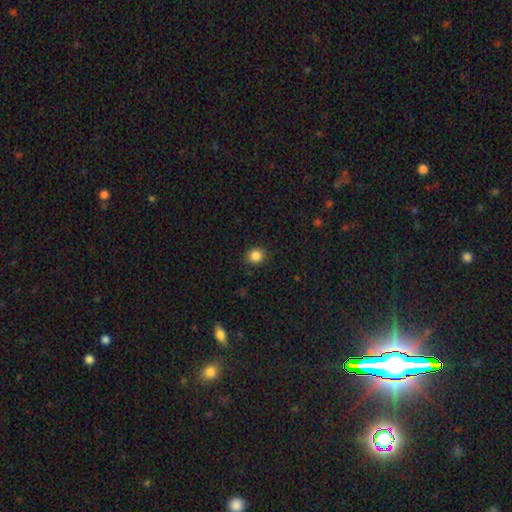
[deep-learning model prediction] Smooth or featured?
  - smooth: 86% *
  - star or artifact: 11%
  - featured or disk: 3%
How rounded?
  - round: 81% *
  - in between: 18%
  - cigar-shaped: 1%
Merging?
  - none: 89% *
  - minor disturbance: 8%
  - major disturbance: 2%
  - merger: 1%